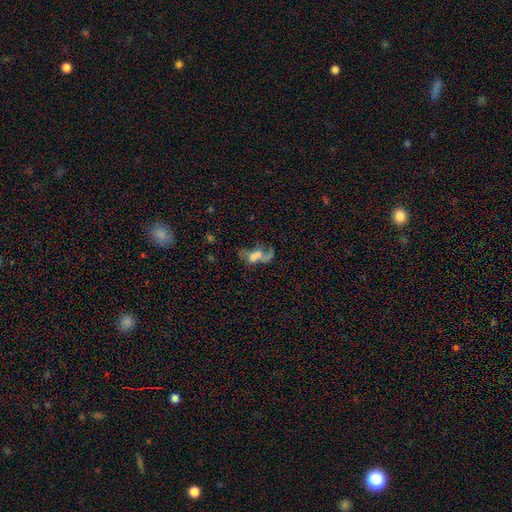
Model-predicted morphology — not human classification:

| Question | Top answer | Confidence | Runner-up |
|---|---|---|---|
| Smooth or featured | featured or disk | 44% | smooth (41%) |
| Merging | merger | 53% | major disturbance (22%) |